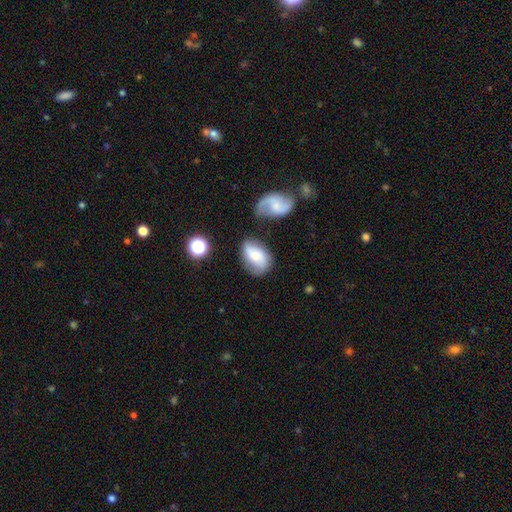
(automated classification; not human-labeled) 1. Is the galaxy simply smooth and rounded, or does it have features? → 54% smooth, 37% featured or disk, 8% star or artifact.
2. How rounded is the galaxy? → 84% in between, 14% round, 2% cigar-shaped.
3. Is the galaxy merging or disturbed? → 55% none, 26% minor disturbance, 11% merger, 9% major disturbance.